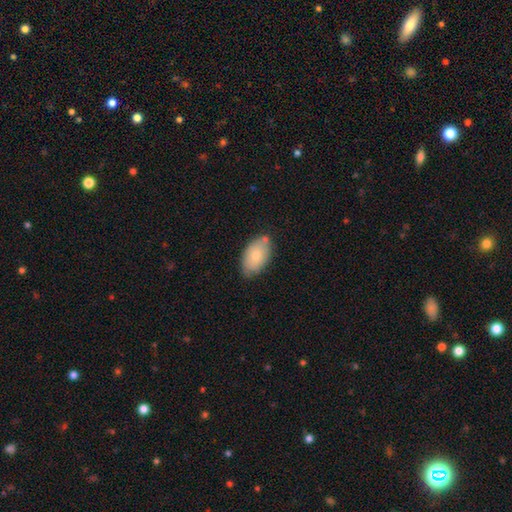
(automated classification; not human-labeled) smooth_or_featured: smooth (p=0.77) [alt: featured or disk p=0.17]
how_rounded: in between (p=0.93) [alt: round p=0.06]
merging: none (p=0.72) [alt: minor disturbance p=0.19]